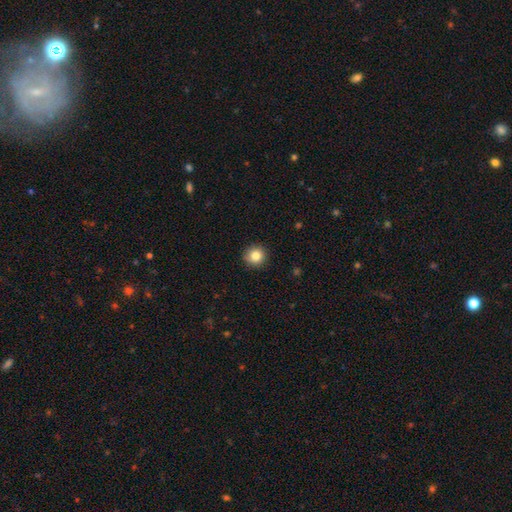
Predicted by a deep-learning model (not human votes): This is clearly a smooth galaxy (84%). How rounded: clearly round (94%). Merging: clearly none (91%).